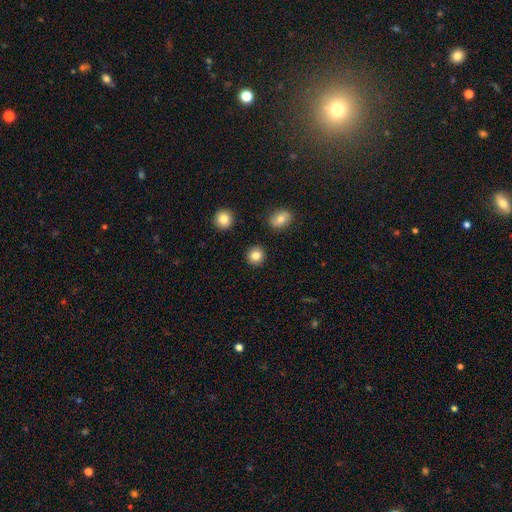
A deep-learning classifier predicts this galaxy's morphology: A smooth galaxy with no disk features (83%) that is round (90%). Merging: none (90%).